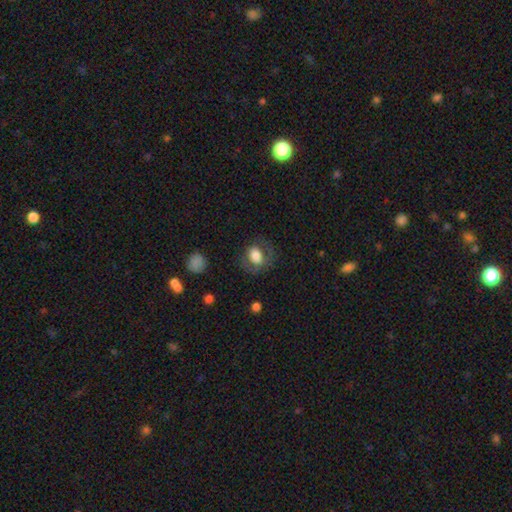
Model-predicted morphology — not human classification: Smooth or featured? smooth (63%)
How rounded? in between (51%)
Merging? none (66%)